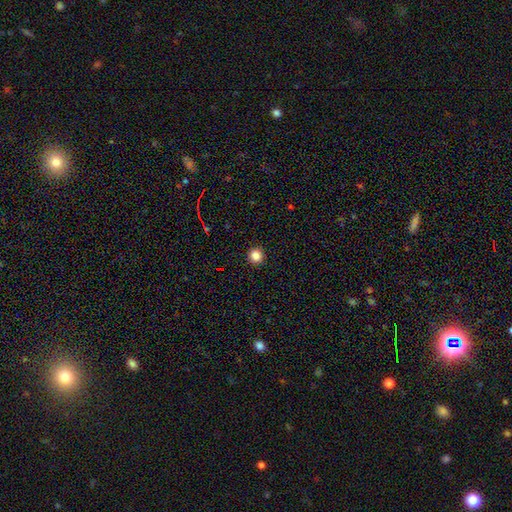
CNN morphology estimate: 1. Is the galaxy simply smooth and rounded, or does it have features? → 84% smooth, 12% star or artifact, 4% featured or disk.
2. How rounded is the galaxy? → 93% round, 6% in between, 1% cigar-shaped.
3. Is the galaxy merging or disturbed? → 93% none, 5% minor disturbance, 2% major disturbance, 1% merger.